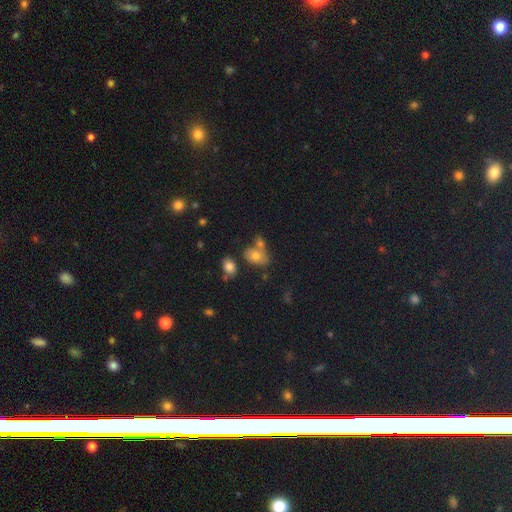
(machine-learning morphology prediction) Smooth or featured?
  - smooth: 74% *
  - featured or disk: 14%
  - star or artifact: 13%
How rounded?
  - in between: 80% *
  - round: 18%
  - cigar-shaped: 2%
Merging?
  - none: 53% *
  - merger: 28%
  - minor disturbance: 15%
  - major disturbance: 5%